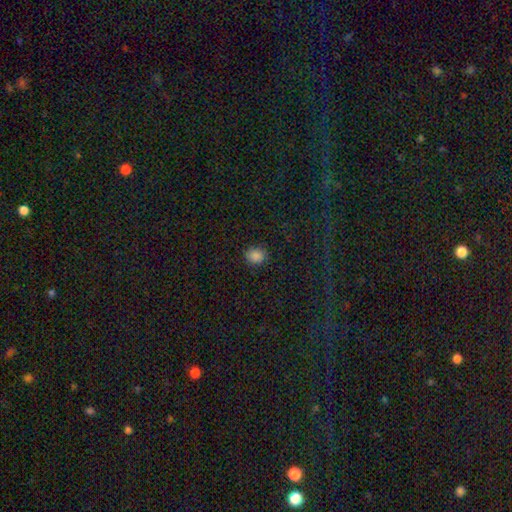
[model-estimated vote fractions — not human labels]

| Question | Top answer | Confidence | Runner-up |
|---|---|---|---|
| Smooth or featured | smooth | 85% | star or artifact (12%) |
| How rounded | round | 66% | in between (33%) |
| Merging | none | 86% | minor disturbance (10%) |